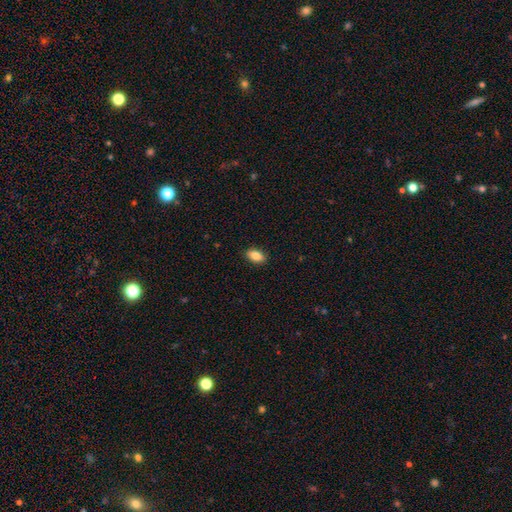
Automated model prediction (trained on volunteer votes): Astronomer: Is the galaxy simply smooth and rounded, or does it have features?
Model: smooth — 85%.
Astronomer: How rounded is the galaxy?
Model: in between — 90%.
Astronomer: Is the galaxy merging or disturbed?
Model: none — 89%.